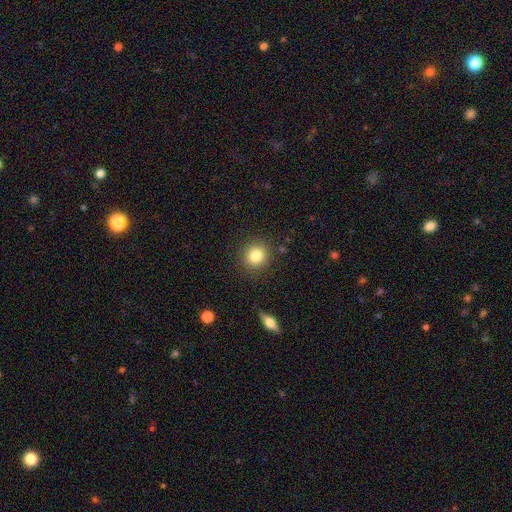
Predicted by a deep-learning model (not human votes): smooth-or-featured: smooth: 81% | star or artifact: 11% | featured or disk: 8%
  how-rounded: round: 90% | in between: 9% | cigar-shaped: 1%
  merging: none: 89% | minor disturbance: 7% | major disturbance: 3% | merger: 2%